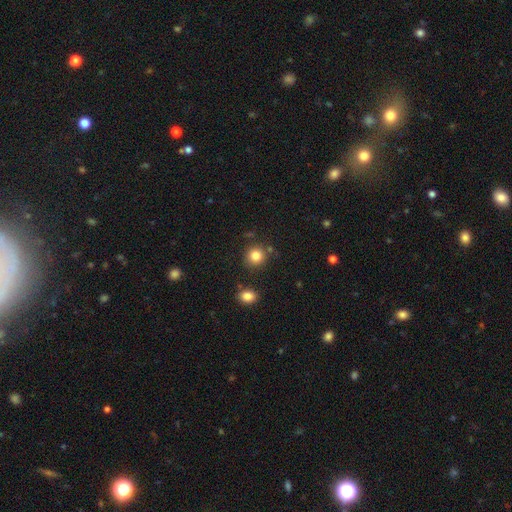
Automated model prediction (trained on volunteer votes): Q: Smooth or featured?
A: smooth (83%); runner-up: star or artifact (11%)
Q: How rounded?
A: round (89%); runner-up: in between (10%)
Q: Merging?
A: none (82%); runner-up: minor disturbance (9%)